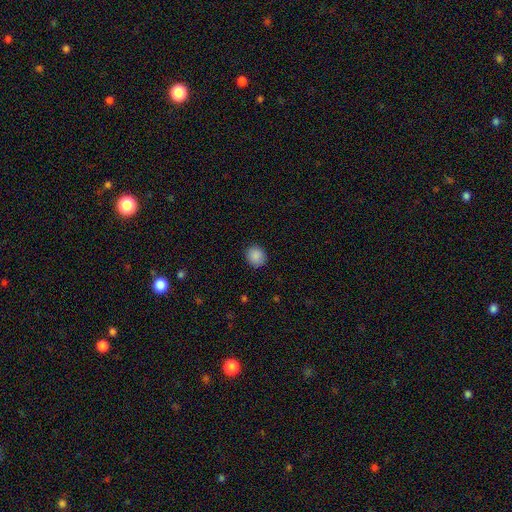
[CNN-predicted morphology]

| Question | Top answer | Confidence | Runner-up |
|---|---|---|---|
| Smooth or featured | smooth | 88% | star or artifact (9%) |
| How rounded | round | 78% | in between (21%) |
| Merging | none | 89% | minor disturbance (8%) |